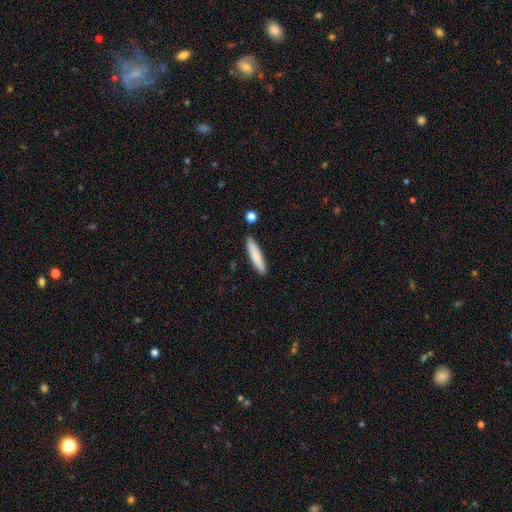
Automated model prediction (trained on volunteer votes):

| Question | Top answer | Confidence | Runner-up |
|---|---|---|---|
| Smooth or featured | smooth | 80% | featured or disk (14%) |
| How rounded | cigar-shaped | 86% | in between (12%) |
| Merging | none | 87% | minor disturbance (8%) |